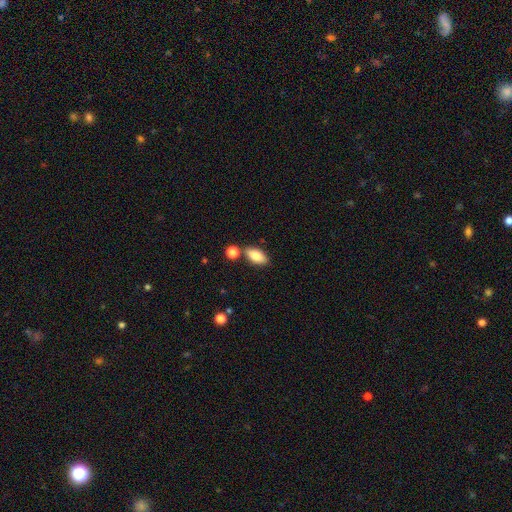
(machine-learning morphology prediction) smooth 83%, featured or disk 10%, star or artifact 7%. Down the decision tree: how rounded — in between (89%); merging — none (76%).